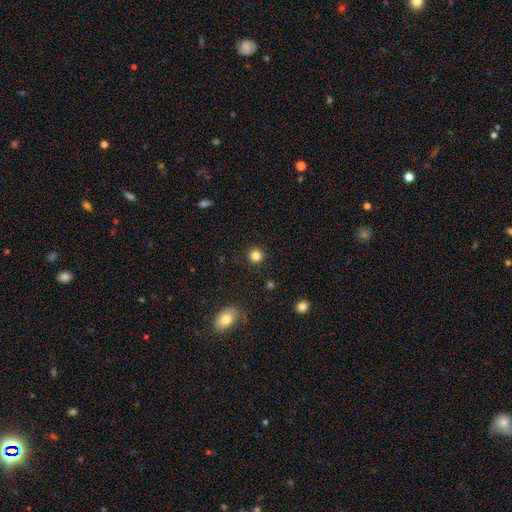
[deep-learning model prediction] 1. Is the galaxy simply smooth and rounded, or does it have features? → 83% smooth, 12% star or artifact, 5% featured or disk.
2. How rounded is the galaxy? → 94% round, 5% in between, 1% cigar-shaped.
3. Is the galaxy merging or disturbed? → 91% none, 6% minor disturbance, 2% major disturbance, 1% merger.